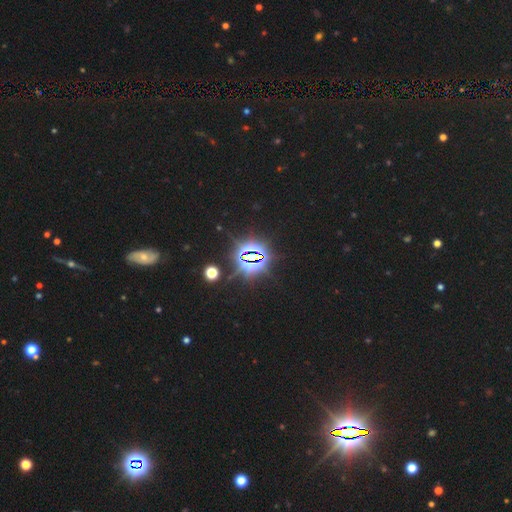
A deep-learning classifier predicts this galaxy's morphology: Overall: star or artifact (83%).